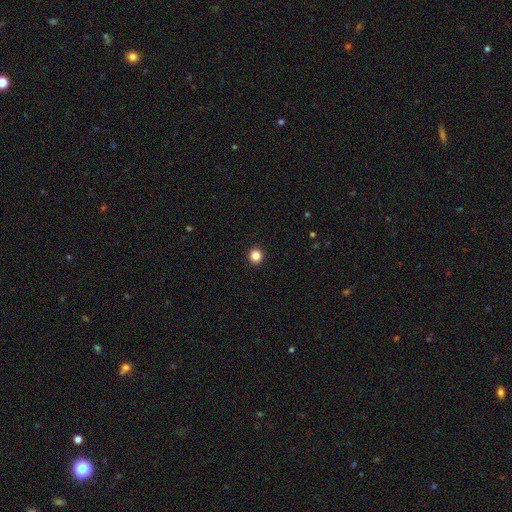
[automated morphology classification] A smooth galaxy with no disk features (85%) that is round (95%).

Vote fractions:
- Smooth or featured? smooth: 85% / star or artifact: 11% / featured or disk: 3%
- How rounded? round: 95% / in between: 5% / cigar-shaped: 1%
- Merging? none: 94% / minor disturbance: 4% / major disturbance: 1% / merger: 1%